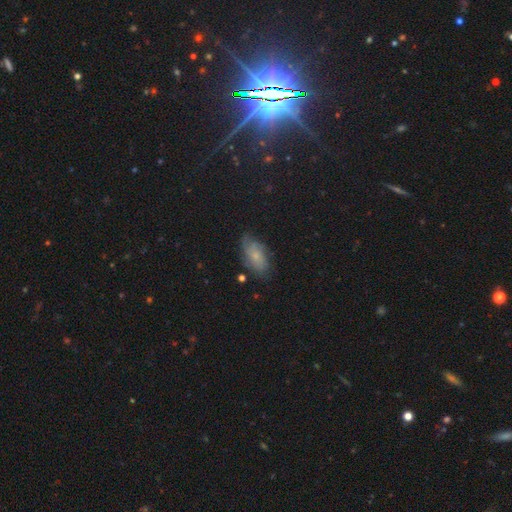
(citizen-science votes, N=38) This is possibly a smooth galaxy (53%). How rounded: clearly in between (90%). Merging: likely none (70%).